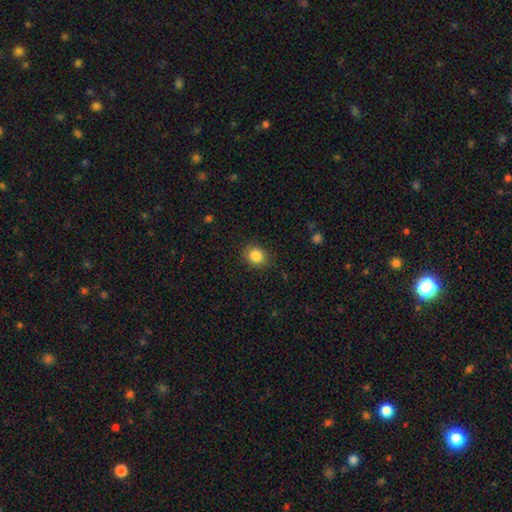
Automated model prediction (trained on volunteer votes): Smooth or featured? smooth (85%)
How rounded? round (65%)
Merging? none (87%)